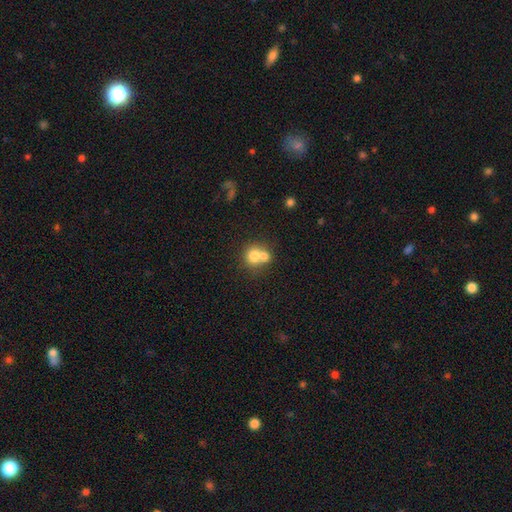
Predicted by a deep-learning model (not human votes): smooth 72%, featured or disk 18%, star or artifact 10%. Down the decision tree: how rounded — round (78%); merging — merger (61%).